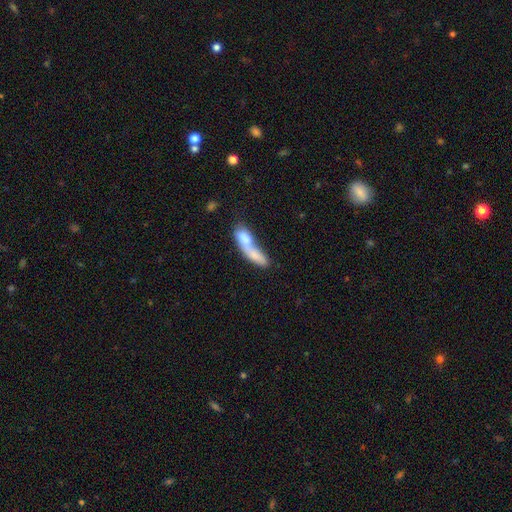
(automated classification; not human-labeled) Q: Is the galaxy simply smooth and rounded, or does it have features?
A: smooth — 70%.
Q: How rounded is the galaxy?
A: in between — 48%.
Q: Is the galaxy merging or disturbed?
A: merger — 71%.